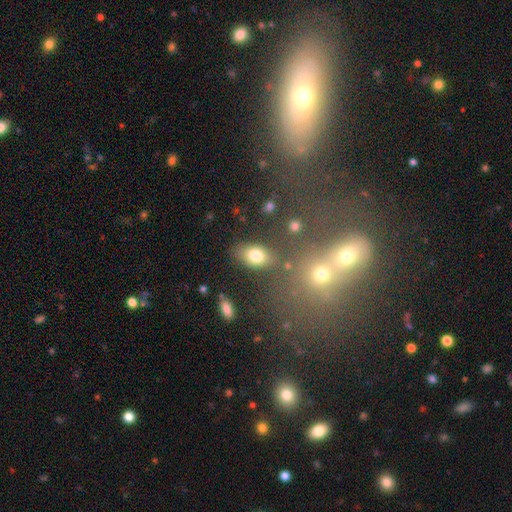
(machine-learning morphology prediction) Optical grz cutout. It shows a smooth galaxy with no disk features (78%) that is in between round and cigar-shaped (82%). Merging: none (73%).